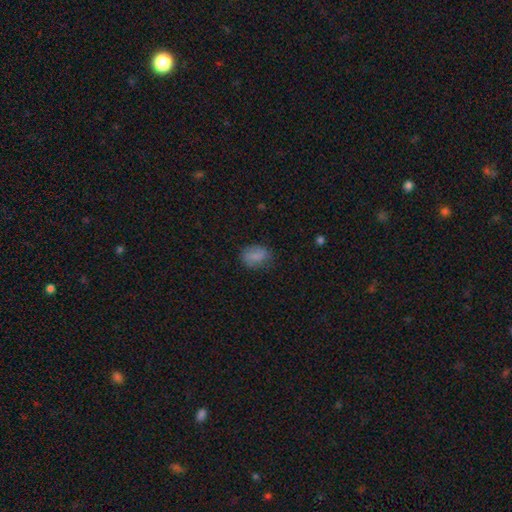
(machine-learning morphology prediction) A smooth galaxy with no disk features (80%) that is in between round and cigar-shaped (70%). Merging: none (71%).